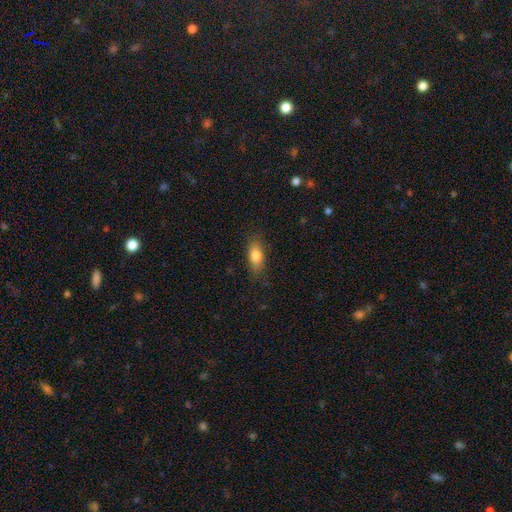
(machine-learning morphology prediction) Smooth or featured: smooth — 80% (featured or disk — 12%)
How rounded: in between — 79% (cigar-shaped — 16%)
Merging: none — 81% (minor disturbance — 14%)